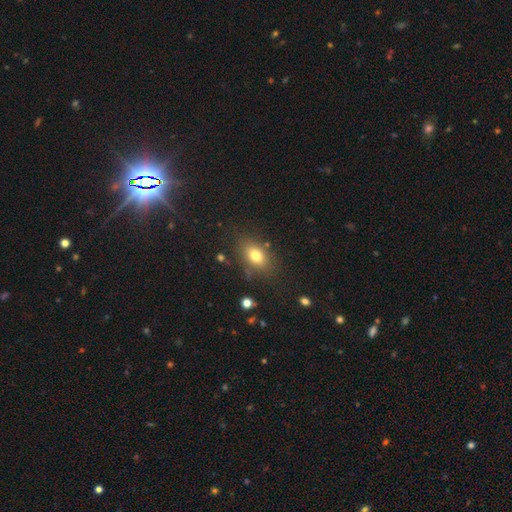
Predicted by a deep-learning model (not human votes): Smooth or featured?
  - smooth: 77% *
  - featured or disk: 12%
  - star or artifact: 11%
How rounded?
  - in between: 78% *
  - round: 19%
  - cigar-shaped: 2%
Merging?
  - none: 80% *
  - minor disturbance: 13%
  - major disturbance: 5%
  - merger: 3%